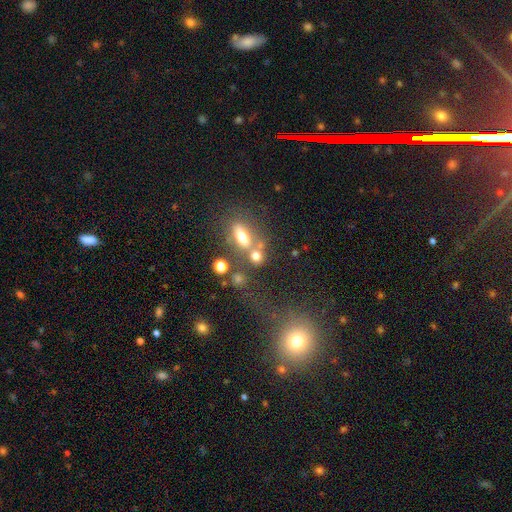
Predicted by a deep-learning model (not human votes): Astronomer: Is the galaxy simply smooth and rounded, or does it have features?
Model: smooth — 68%.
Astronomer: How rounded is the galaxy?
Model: in between — 48% (runner-up: round, 45%).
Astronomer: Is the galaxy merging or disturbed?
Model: none — 50% (runner-up: merger, 32%).